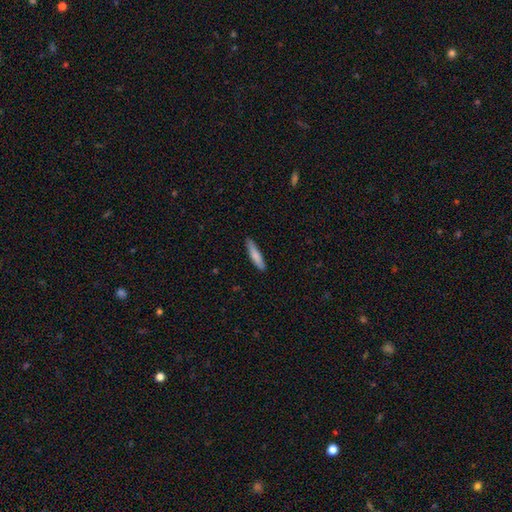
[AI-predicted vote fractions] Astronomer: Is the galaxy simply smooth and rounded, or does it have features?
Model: smooth — 81%.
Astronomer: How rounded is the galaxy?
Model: cigar-shaped — 86%.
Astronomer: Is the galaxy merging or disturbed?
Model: none — 88%.